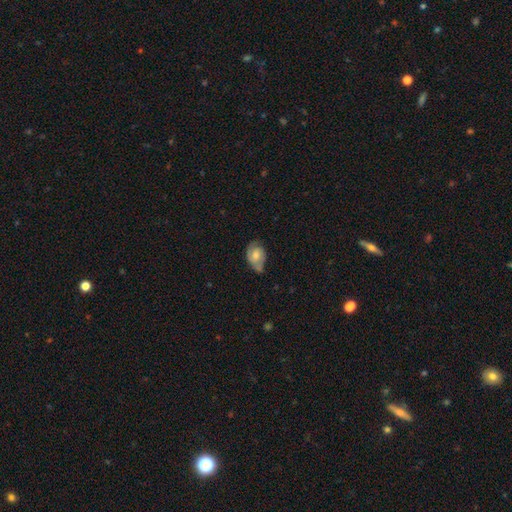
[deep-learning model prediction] Smooth or featured: smooth — 48% (featured or disk — 45%)
Merging: none — 45% (minor disturbance — 38%)